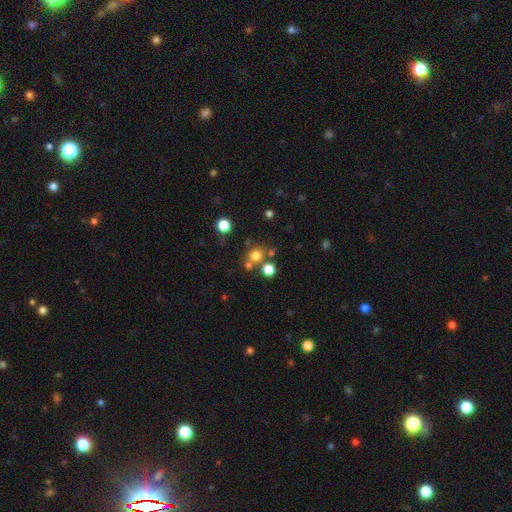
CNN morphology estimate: A smooth galaxy with no disk features (74%) that is round (85%). Merging: none (66%).